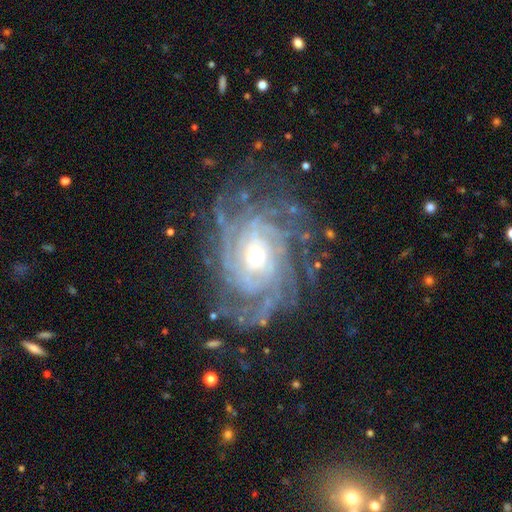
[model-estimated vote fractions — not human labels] This appears to be a featured or disk galaxy (90%) with no bar (56%), tight (71%) spiral arms (97%) and a moderate central bulge (60%). Merging: none (72%).